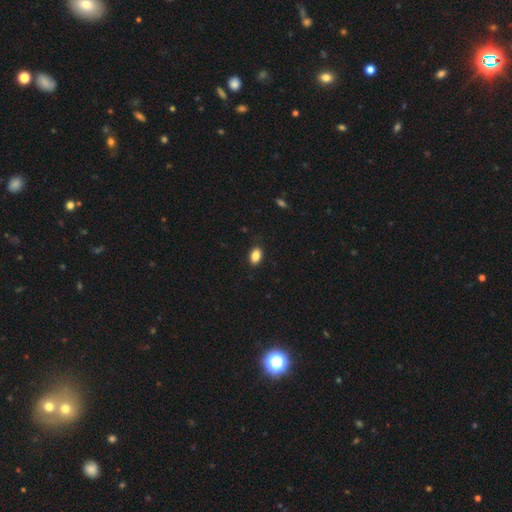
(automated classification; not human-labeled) smooth 87%, star or artifact 9%, featured or disk 5%. Down the decision tree: how rounded — in between (87%); merging — none (86%).